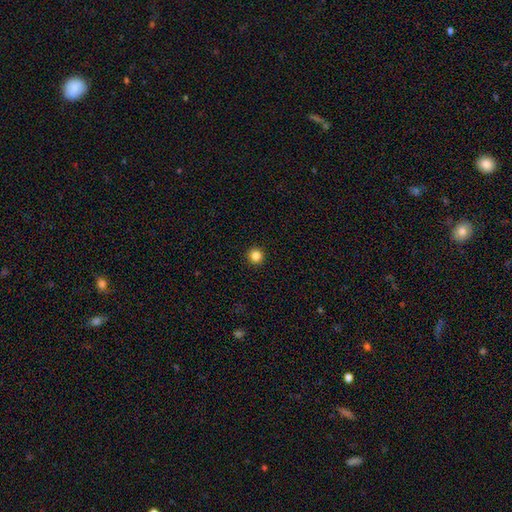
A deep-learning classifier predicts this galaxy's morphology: Smooth or featured? Predicted: smooth (p=0.85). How rounded? Predicted: round (p=0.95). Merging? Predicted: none (p=0.94).